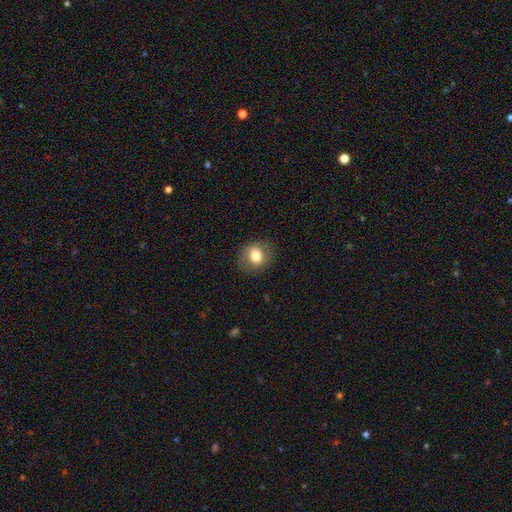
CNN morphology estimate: The model was most divided on "how rounded": round: 67%, in between: 32%, cigar-shaped: 1%. More confident: merging — none (83%); smooth or featured — smooth (75%).